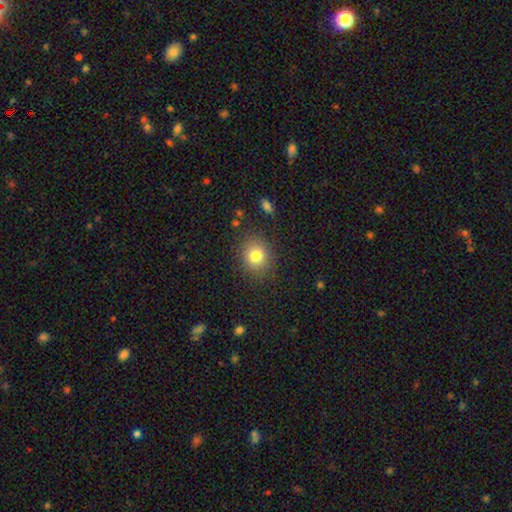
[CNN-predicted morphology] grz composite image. It shows a smooth galaxy with no disk features (80%) that is round (68%). Merging: none (84%).